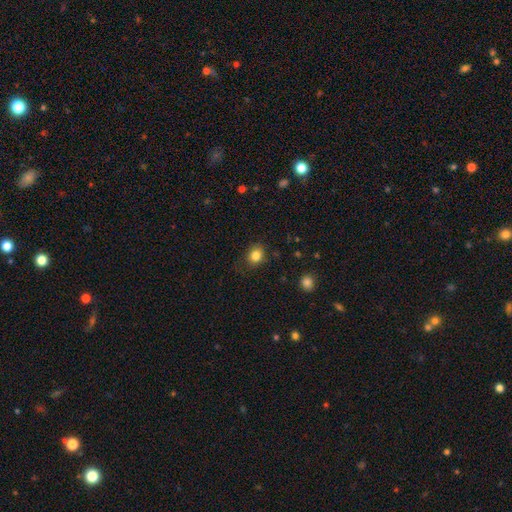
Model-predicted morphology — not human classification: Overall: smooth (83%). How rounded: round (63%; in between 36%). Merging: none (81%).